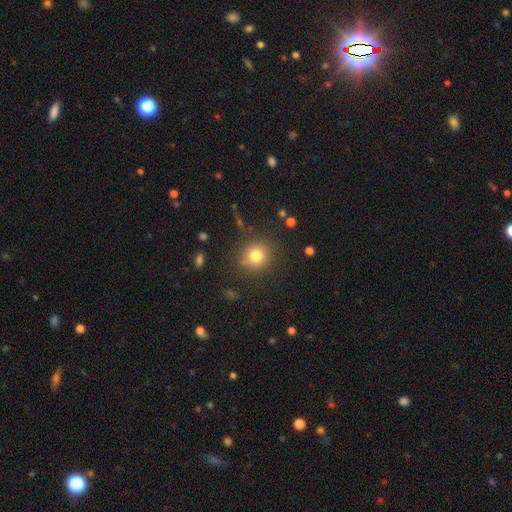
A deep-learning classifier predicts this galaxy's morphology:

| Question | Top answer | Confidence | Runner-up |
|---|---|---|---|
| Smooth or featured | smooth | 79% | star or artifact (13%) |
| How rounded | round | 88% | in between (11%) |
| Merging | none | 85% | minor disturbance (9%) |